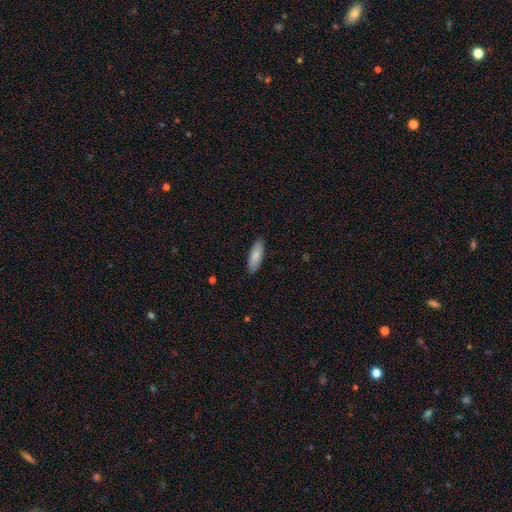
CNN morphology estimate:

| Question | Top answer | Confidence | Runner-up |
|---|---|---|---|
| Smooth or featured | smooth | 85% | featured or disk (9%) |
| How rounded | in between | 67% | cigar-shaped (32%) |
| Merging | none | 88% | minor disturbance (9%) |